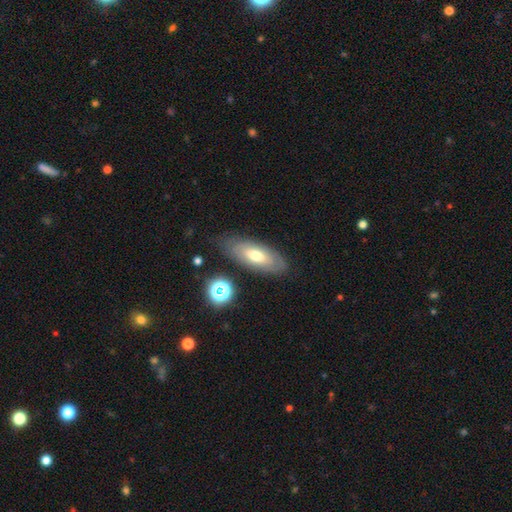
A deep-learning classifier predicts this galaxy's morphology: smooth 53%, featured or disk 38%, star or artifact 8%. Down the decision tree: how rounded — in between (81%); merging — none (78%).